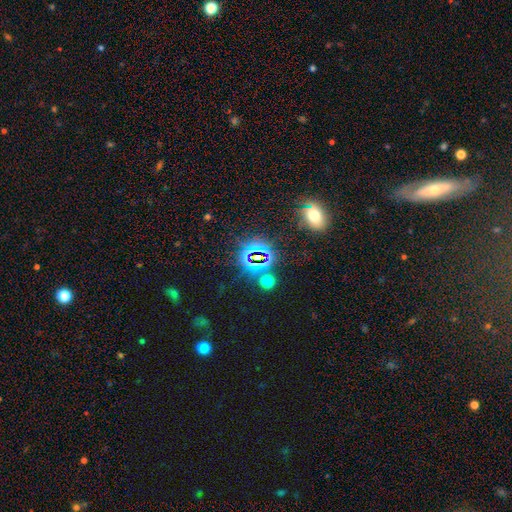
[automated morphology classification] Smooth or featured: star or artifact — 77% (smooth — 15%)